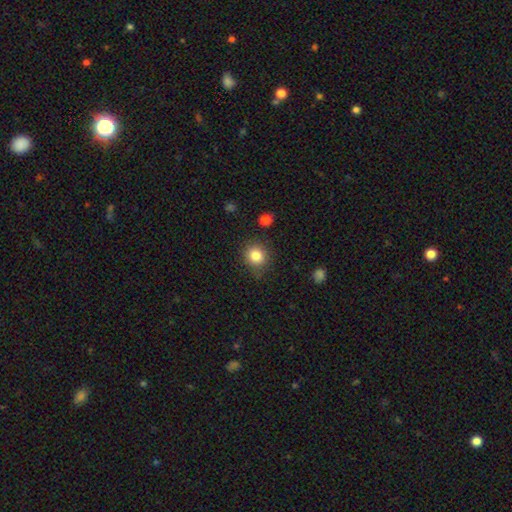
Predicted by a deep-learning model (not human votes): smooth-or-featured: smooth: 83% | star or artifact: 11% | featured or disk: 6%
  how-rounded: round: 87% | in between: 12% | cigar-shaped: 1%
  merging: none: 84% | minor disturbance: 11% | major disturbance: 3% | merger: 2%